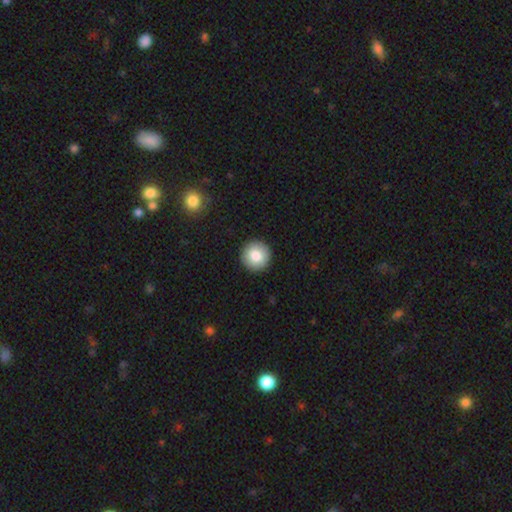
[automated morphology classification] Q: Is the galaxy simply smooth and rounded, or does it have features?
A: smooth — 83%.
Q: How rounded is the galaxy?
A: round — 96%.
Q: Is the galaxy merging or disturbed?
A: none — 93%.